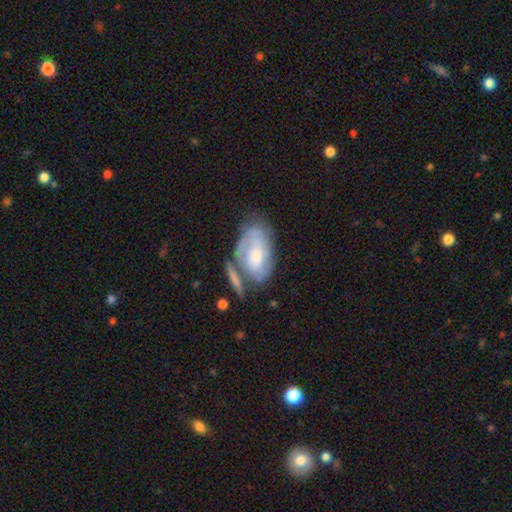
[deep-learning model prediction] featured or disk 63%, smooth 31%, star or artifact 6%. Down the decision tree: edge-on disk — no (93%); bar — no (58%); spiral arms — yes (79%); bulge size — moderate (48%); merging — none (45%).